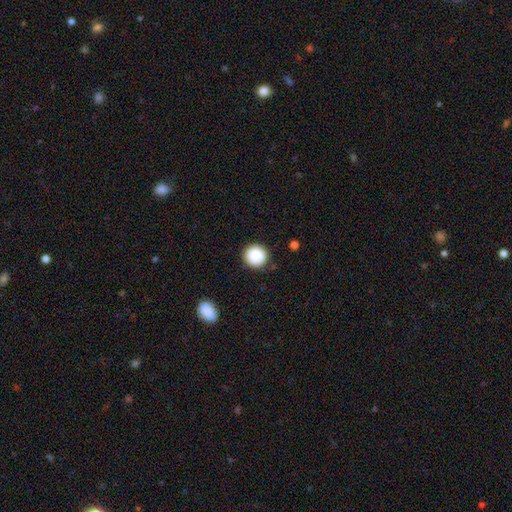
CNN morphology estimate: This appears to be a smooth galaxy with no disk features (88%) that is round (93%). Merging: none (88%).